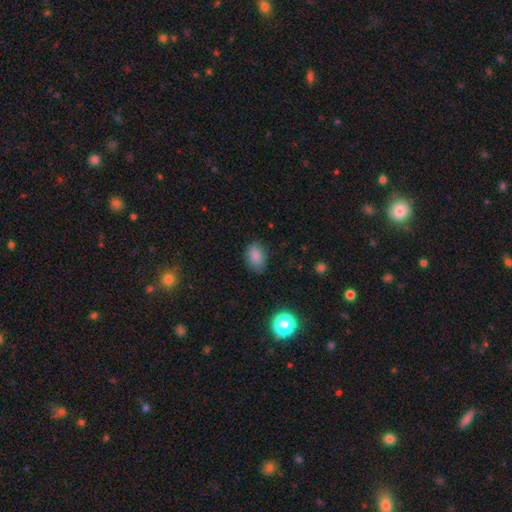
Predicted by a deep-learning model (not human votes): Smooth or featured? Predicted: smooth (p=0.84). How rounded? Predicted: in between (p=0.81). Merging? Predicted: none (p=0.80).